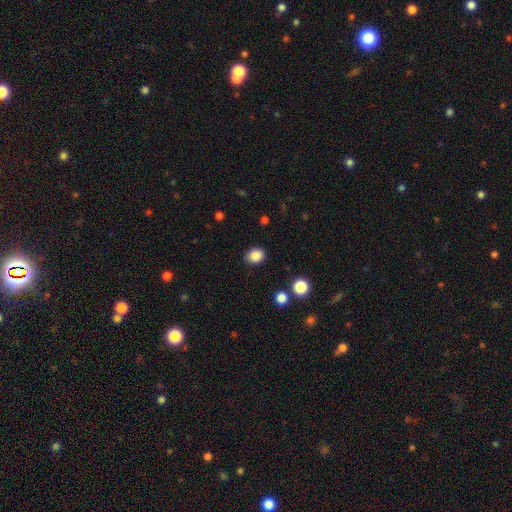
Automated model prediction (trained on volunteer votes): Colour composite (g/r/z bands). It shows a smooth galaxy with no disk features (87%) that is round (51%). Merging: none (86%).